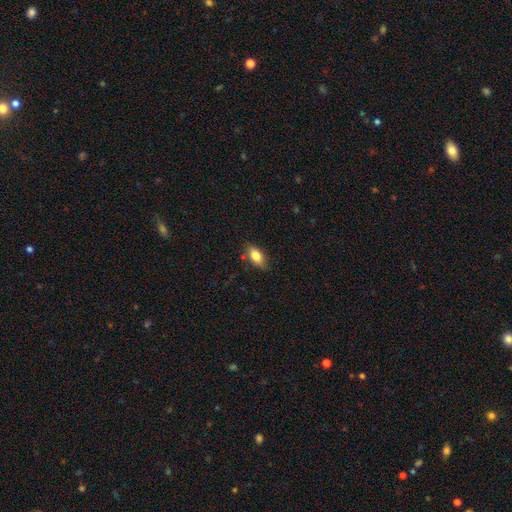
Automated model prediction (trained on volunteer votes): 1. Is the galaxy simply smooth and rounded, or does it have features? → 80% smooth, 12% featured or disk, 8% star or artifact.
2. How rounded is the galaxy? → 87% in between, 7% cigar-shaped, 6% round.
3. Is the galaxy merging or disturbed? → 75% none, 19% minor disturbance, 3% major disturbance, 3% merger.